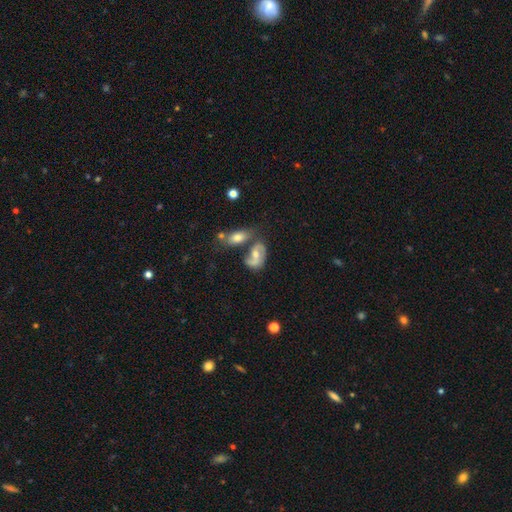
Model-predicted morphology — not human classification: smooth-or-featured: featured or disk: 59% | smooth: 33% | star or artifact: 9%
  disk-edge-on: no: 95% | yes: 5%
    bar: no: 50% | weak: 37% | strong: 13%
    has-spiral-arms: yes: 79% | no: 21%
    bulge-size: moderate: 63% | small: 24% | large: 7% | none: 4% | dominant: 2%
  merging: none: 37% | merger: 34% | minor disturbance: 18% | major disturbance: 12%